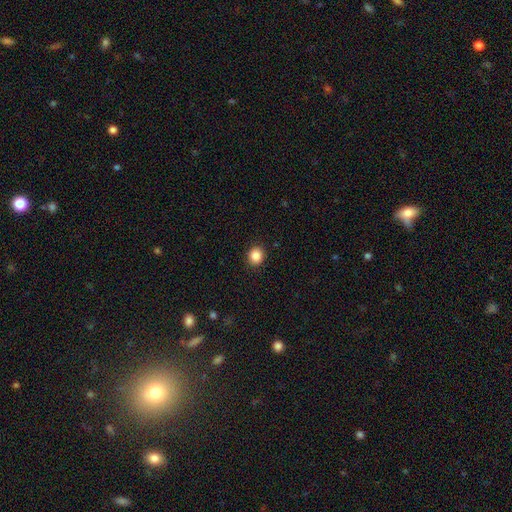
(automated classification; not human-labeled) Q: Smooth or featured?
A: smooth (87%); runner-up: star or artifact (10%)
Q: How rounded?
A: round (79%); runner-up: in between (20%)
Q: Merging?
A: none (91%); runner-up: minor disturbance (6%)